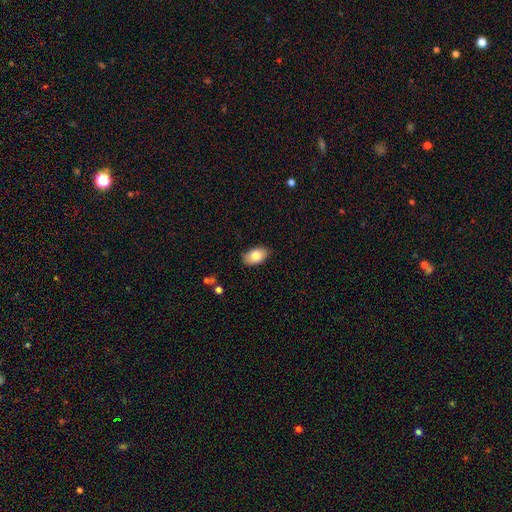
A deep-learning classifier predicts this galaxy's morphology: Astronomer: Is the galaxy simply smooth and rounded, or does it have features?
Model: smooth — 83%.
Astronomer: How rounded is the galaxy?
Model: in between — 92%.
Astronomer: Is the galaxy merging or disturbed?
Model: none — 85%.